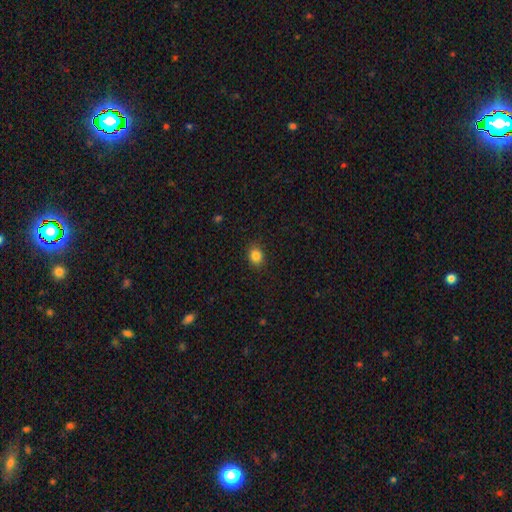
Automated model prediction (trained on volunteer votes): Smooth or featured? smooth (85%)
How rounded? round (52%)
Merging? none (88%)